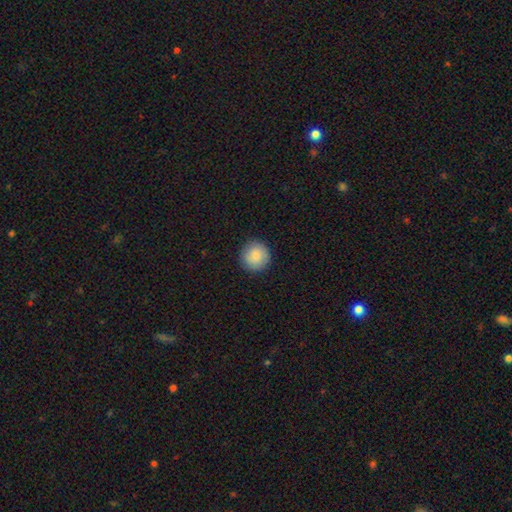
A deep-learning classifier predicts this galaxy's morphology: This is clearly a smooth galaxy (85%). How rounded: clearly round (94%). Merging: clearly none (90%).